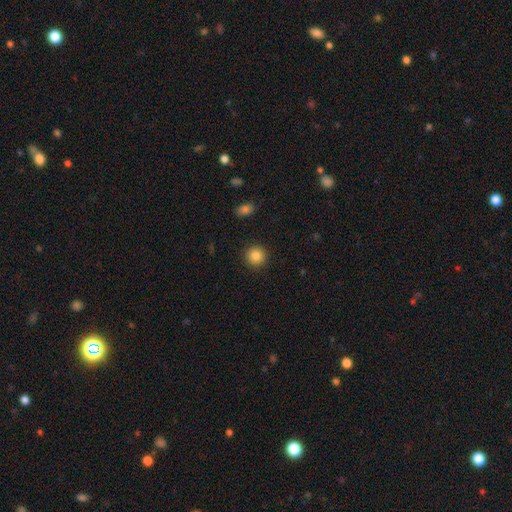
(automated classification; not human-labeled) smooth-or-featured: smooth: 85% | star or artifact: 10% | featured or disk: 5%
  how-rounded: round: 93% | in between: 6% | cigar-shaped: 1%
  merging: none: 92% | minor disturbance: 5% | major disturbance: 2% | merger: 1%